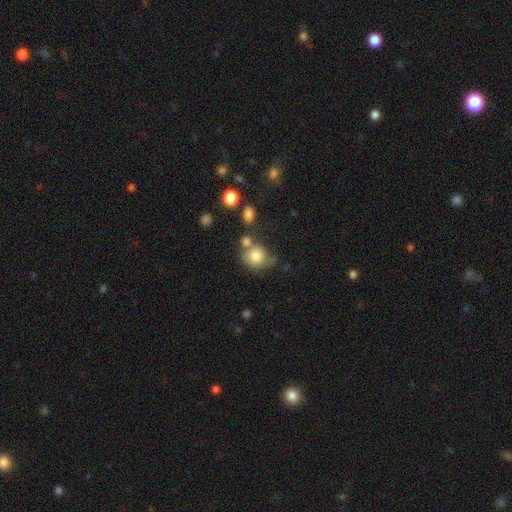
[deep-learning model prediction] This is likely a smooth galaxy (80%). How rounded: likely round (76%). Merging: possibly none (46%).